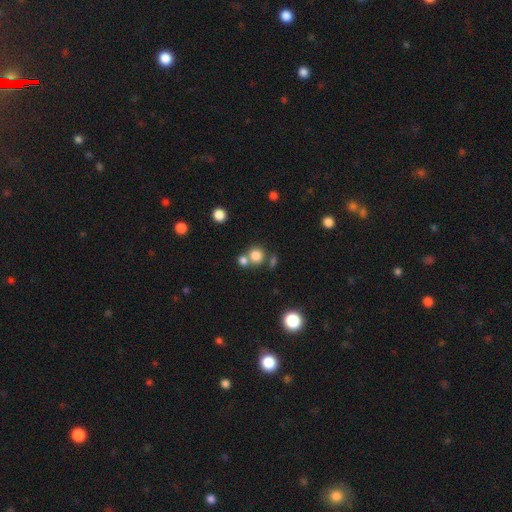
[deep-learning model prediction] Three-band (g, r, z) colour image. It shows a smooth galaxy with no disk features (79%) that is round (88%). Merging: none (58%).